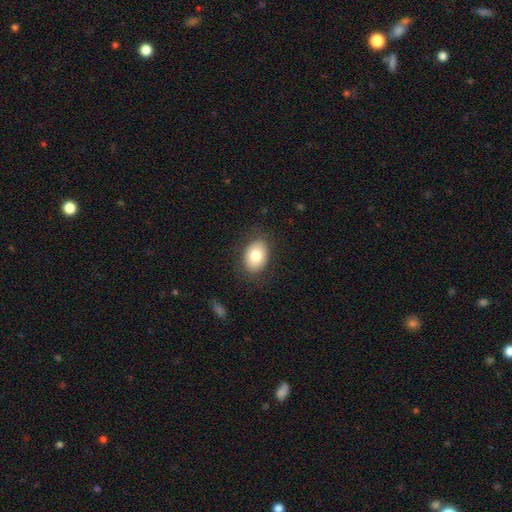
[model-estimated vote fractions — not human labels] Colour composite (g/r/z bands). It shows a smooth galaxy with no disk features (80%) that is in between round and cigar-shaped (78%). Merging: none (84%).